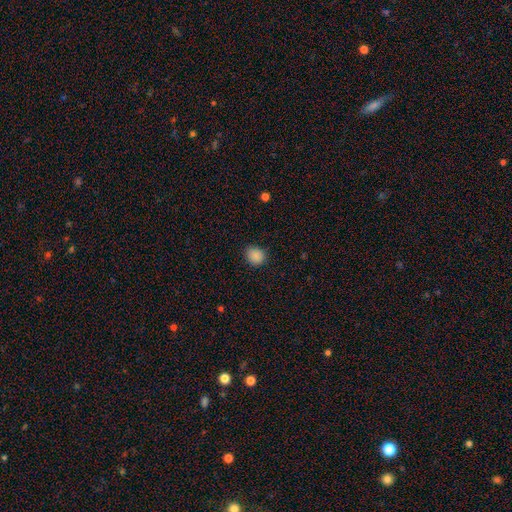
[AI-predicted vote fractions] Smooth or featured?
  - smooth: 87% *
  - star or artifact: 10%
  - featured or disk: 3%
How rounded?
  - round: 71% *
  - in between: 28%
  - cigar-shaped: 1%
Merging?
  - none: 84% *
  - minor disturbance: 12%
  - major disturbance: 3%
  - merger: 1%